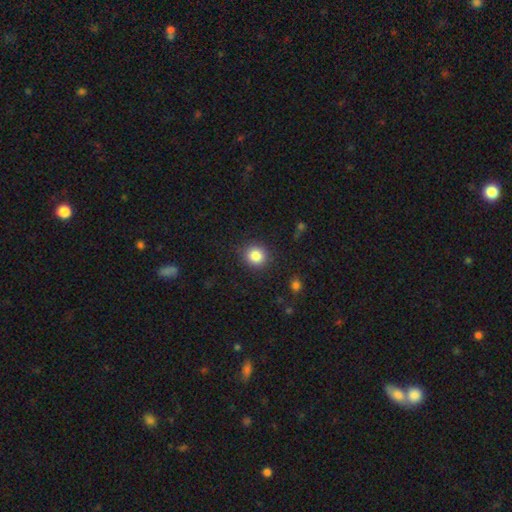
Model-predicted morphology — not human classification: A smooth galaxy with no disk features (84%) that is round (89%).

Vote fractions:
- Smooth or featured? smooth: 84% / star or artifact: 10% / featured or disk: 5%
- How rounded? round: 89% / in between: 10% / cigar-shaped: 1%
- Merging? none: 89% / minor disturbance: 7% / major disturbance: 3% / merger: 1%